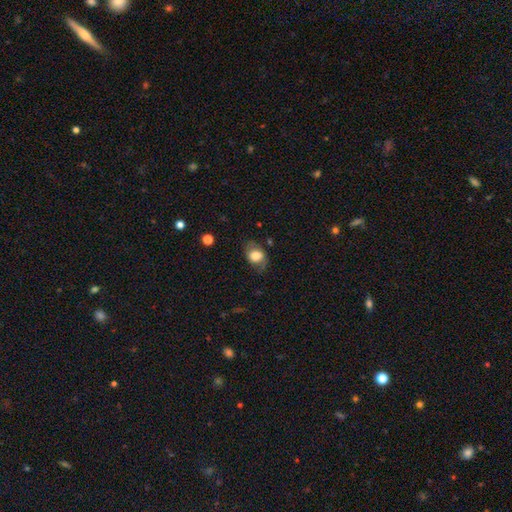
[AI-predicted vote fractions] A smooth galaxy with no disk features (70%) that is in between round and cigar-shaped (66%). Merging: none (65%).